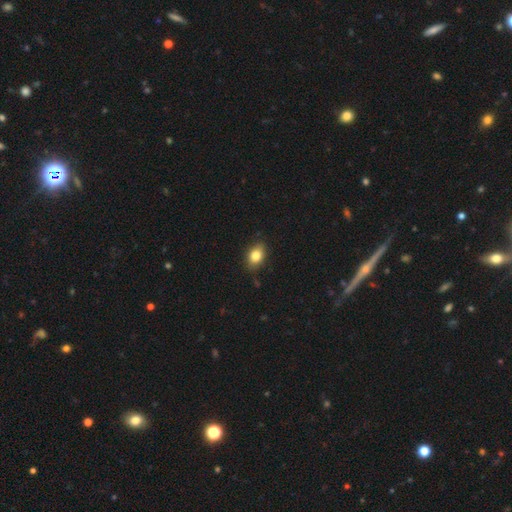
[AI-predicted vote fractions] The model was most divided on "how rounded": in between: 76%, round: 23%, cigar-shaped: 2%. More confident: merging — none (84%); smooth or featured — smooth (83%).